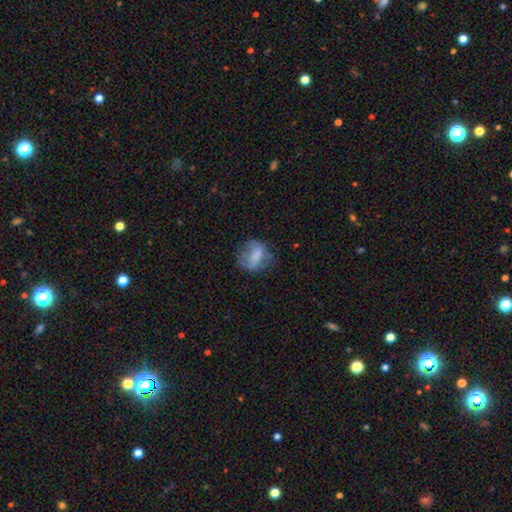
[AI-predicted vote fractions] A smooth galaxy with no disk features (57%) that is round (51%).

Vote fractions:
- Smooth or featured? smooth: 57% / featured or disk: 34% / star or artifact: 10%
- How rounded? round: 51% / in between: 46% / cigar-shaped: 3%
- Merging? none: 51% / minor disturbance: 25% / major disturbance: 21% / merger: 2%